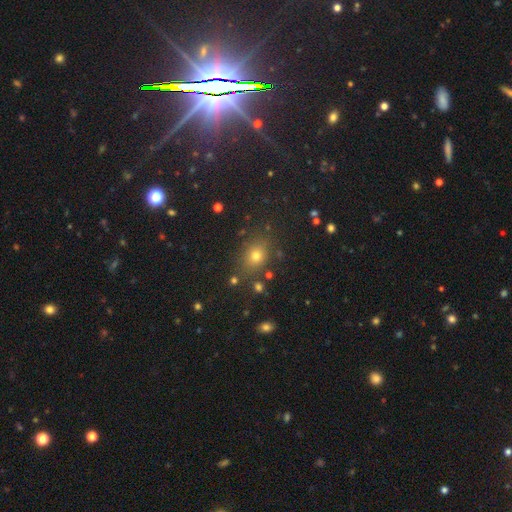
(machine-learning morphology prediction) This is likely a smooth galaxy (65%). How rounded: possibly round (56%). Merging: clearly none (82%).